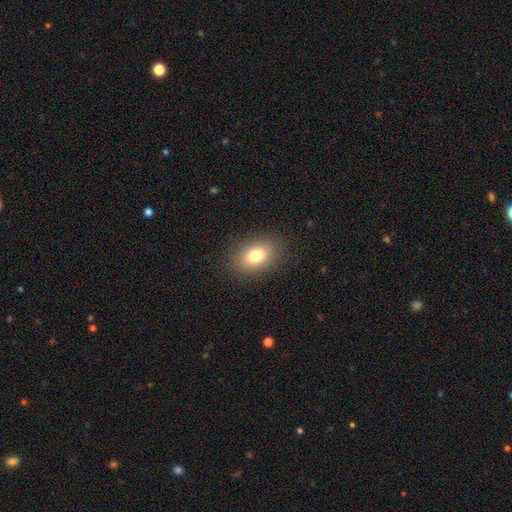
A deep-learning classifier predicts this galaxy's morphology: This is likely a smooth galaxy (80%). How rounded: clearly in between (83%). Merging: clearly none (86%).